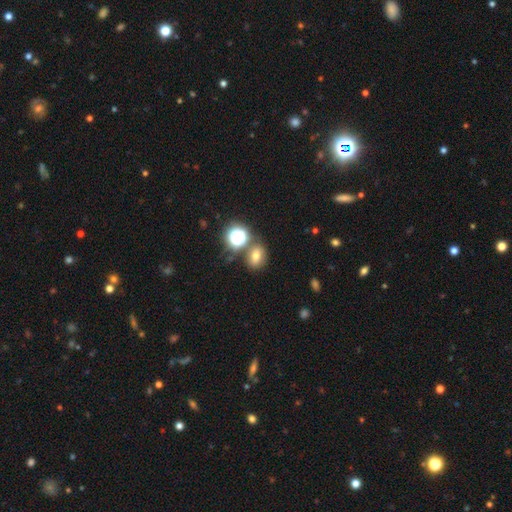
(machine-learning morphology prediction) smooth 65%, star or artifact 23%, featured or disk 12%. Down the decision tree: how rounded — in between (53%); merging — none (69%).